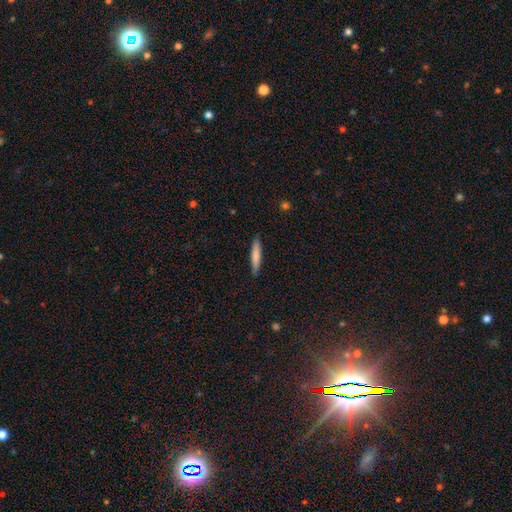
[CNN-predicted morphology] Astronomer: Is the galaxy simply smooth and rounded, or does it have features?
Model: smooth — 76%.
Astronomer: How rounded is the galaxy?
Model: cigar-shaped — 92%.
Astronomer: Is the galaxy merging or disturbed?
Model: none — 89%.